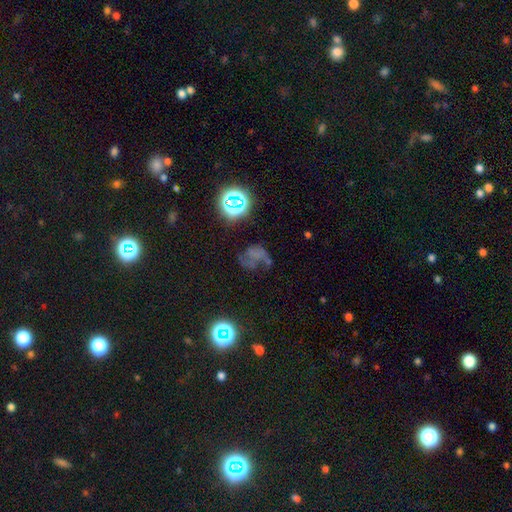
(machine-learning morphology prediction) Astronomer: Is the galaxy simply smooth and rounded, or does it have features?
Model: star or artifact — 37%, tied with featured or disk at 37%.